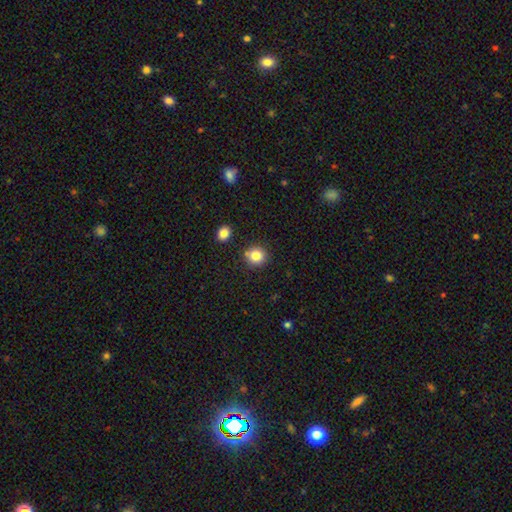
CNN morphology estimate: type=smooth (84%); roundness=round (88%); merging=none (82%).